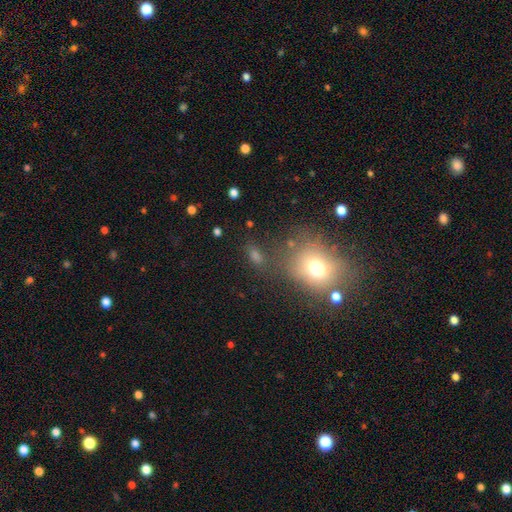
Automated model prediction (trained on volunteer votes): Q: Smooth or featured?
A: smooth (56%); runner-up: star or artifact (28%)
Q: How rounded?
A: in between (59%); runner-up: round (36%)
Q: Merging?
A: none (62%); runner-up: minor disturbance (16%)